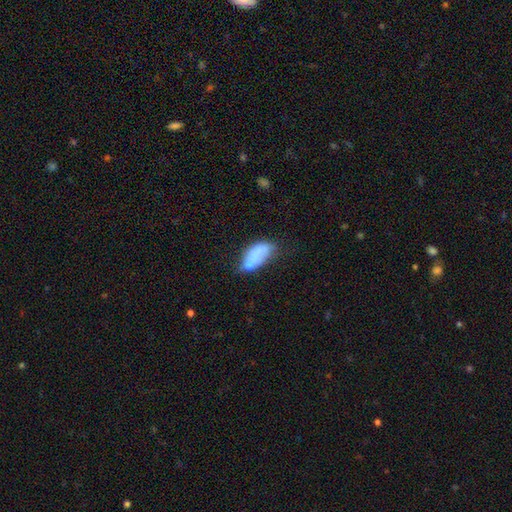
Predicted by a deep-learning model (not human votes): Smooth or featured: smooth — 70% (featured or disk — 22%)
How rounded: in between — 89% (cigar-shaped — 7%)
Merging: none — 34% (minor disturbance — 30%)